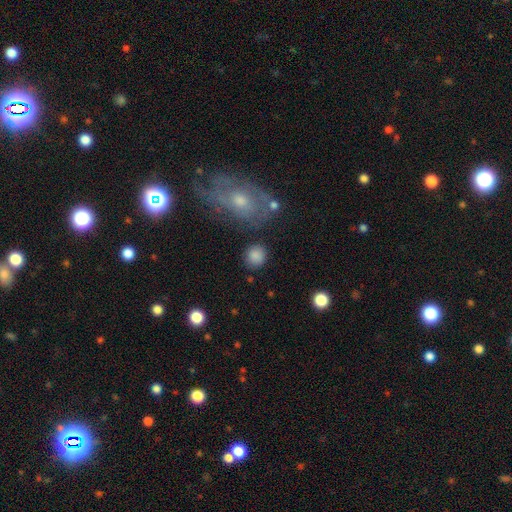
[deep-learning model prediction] Smooth or featured? Predicted: smooth (p=0.86). How rounded? Predicted: round (p=0.82). Merging? Predicted: none (p=0.83).